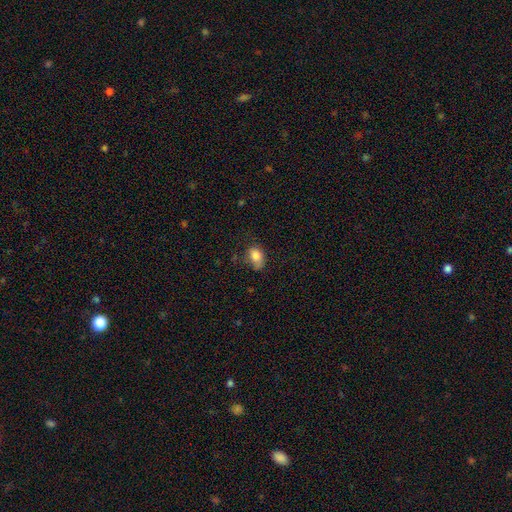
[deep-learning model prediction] The model was most divided on "merging": none: 48%, minor disturbance: 35%, major disturbance: 14%, merger: 3%. More confident: smooth or featured — smooth (83%); how rounded — in between (74%).